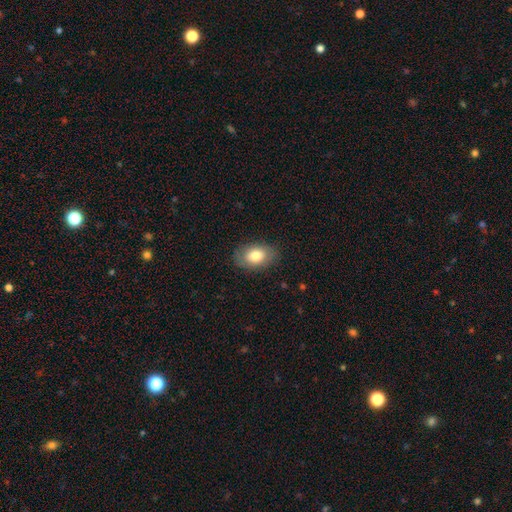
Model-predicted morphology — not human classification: smooth-or-featured: smooth: 77% | featured or disk: 16% | star or artifact: 7%
  how-rounded: in between: 88% | round: 11% | cigar-shaped: 1%
  merging: none: 83% | minor disturbance: 13% | major disturbance: 4% | merger: 1%